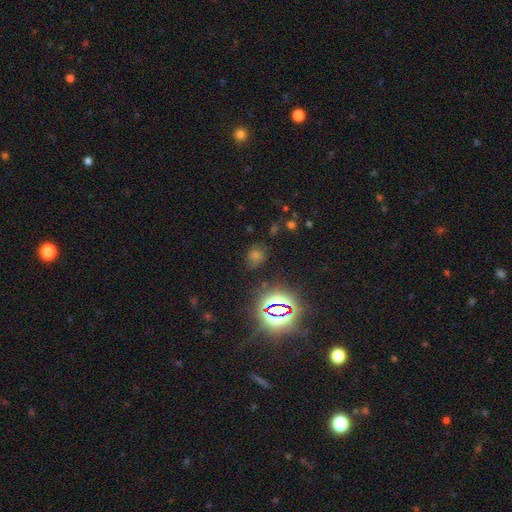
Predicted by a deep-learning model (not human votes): The model was most divided on "smooth or featured": star or artifact: 57%, smooth: 34%, featured or disk: 9%.